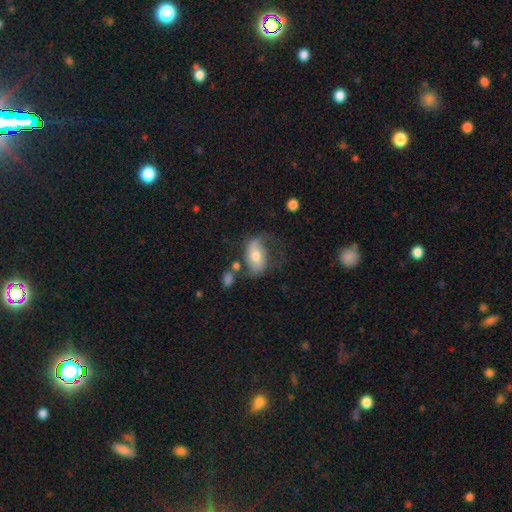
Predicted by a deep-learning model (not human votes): featured or disk 49%, smooth 44%, star or artifact 7%. Down the decision tree: merging — none (38%).